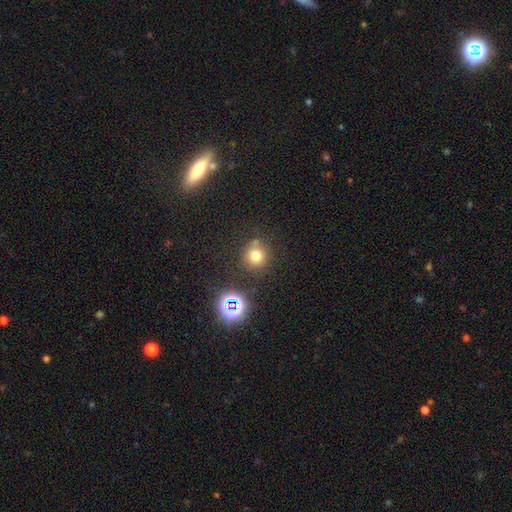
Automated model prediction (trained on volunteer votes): Smooth or featured?
  - smooth: 72% *
  - star or artifact: 20%
  - featured or disk: 8%
How rounded?
  - round: 92% *
  - in between: 7%
  - cigar-shaped: 1%
Merging?
  - none: 75% *
  - minor disturbance: 11%
  - merger: 10%
  - major disturbance: 4%